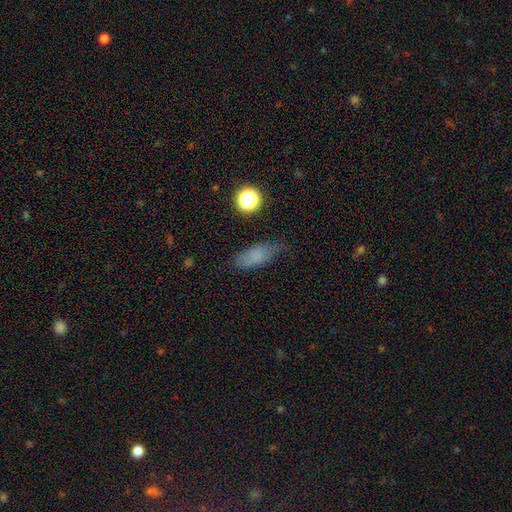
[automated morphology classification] Smooth or featured? smooth (76%)
How rounded? in between (73%)
Merging? none (67%)